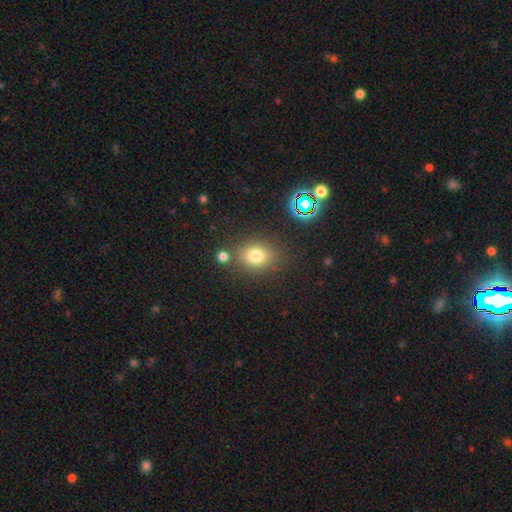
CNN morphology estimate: Overall: smooth (74%). How rounded: round (55%; in between 44%). Merging: none (76%).